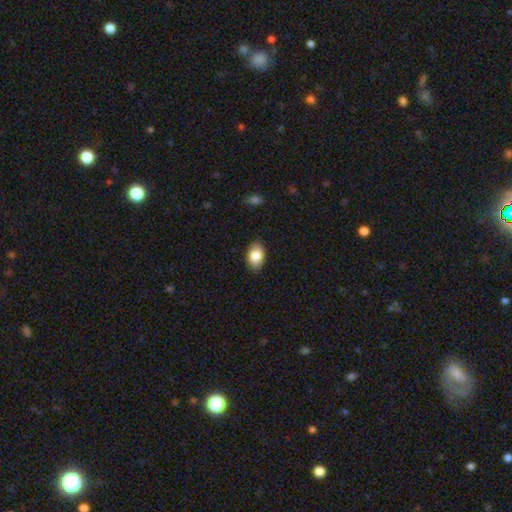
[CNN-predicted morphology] Q: Smooth or featured?
A: smooth (84%); runner-up: featured or disk (9%)
Q: How rounded?
A: in between (89%); runner-up: round (9%)
Q: Merging?
A: none (87%); runner-up: minor disturbance (10%)